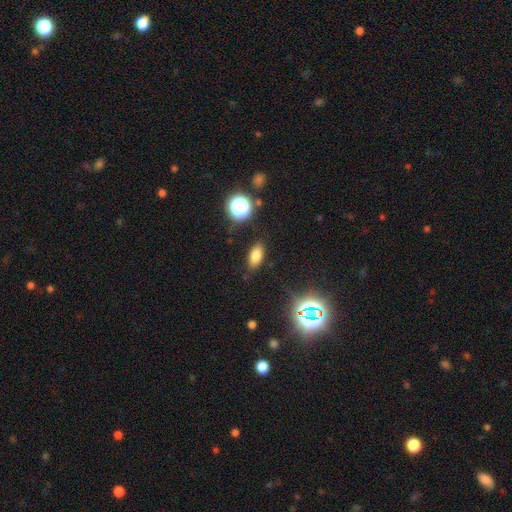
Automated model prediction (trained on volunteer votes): Overall: smooth (76%). How rounded: in between (86%). Merging: none (84%).